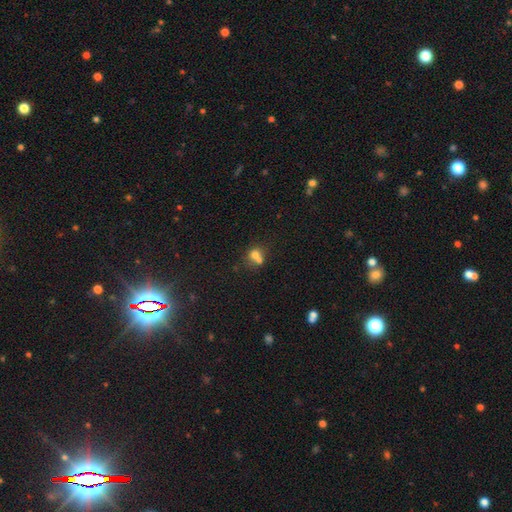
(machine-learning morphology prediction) Smooth or featured?
  - smooth: 68% *
  - featured or disk: 18%
  - star or artifact: 15%
How rounded?
  - round: 76% *
  - in between: 23%
  - cigar-shaped: 1%
Merging?
  - merger: 55% *
  - none: 33%
  - minor disturbance: 8%
  - major disturbance: 4%